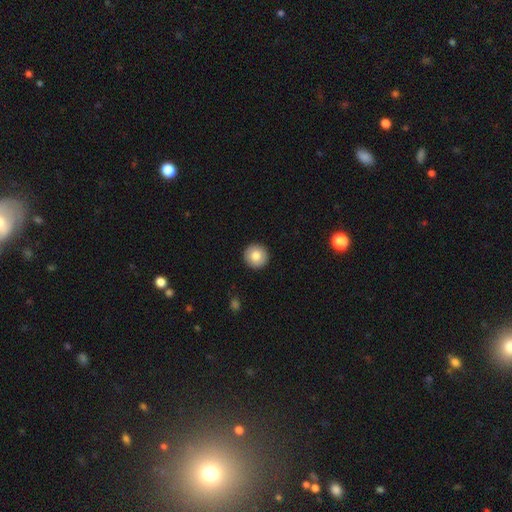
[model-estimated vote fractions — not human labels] Smooth or featured? Predicted: smooth (p=0.81). How rounded? Predicted: round (p=0.94). Merging? Predicted: none (p=0.93).